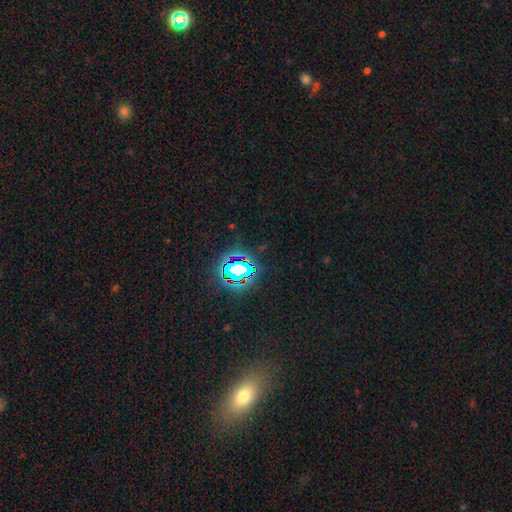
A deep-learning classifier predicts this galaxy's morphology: type=star or artifact (58%).